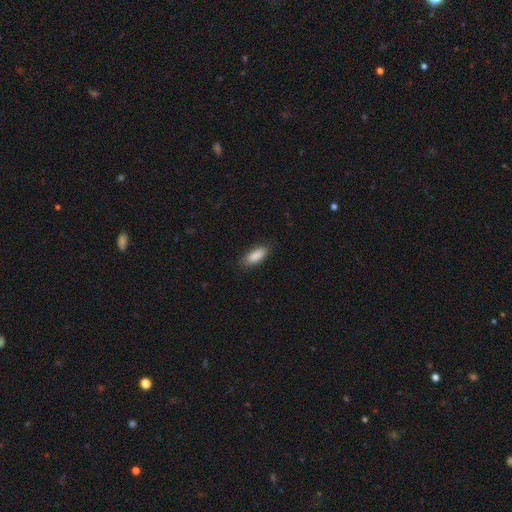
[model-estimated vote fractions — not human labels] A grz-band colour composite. It shows a smooth galaxy with no disk features (89%) that is in between round and cigar-shaped (78%). Merging: none (83%).